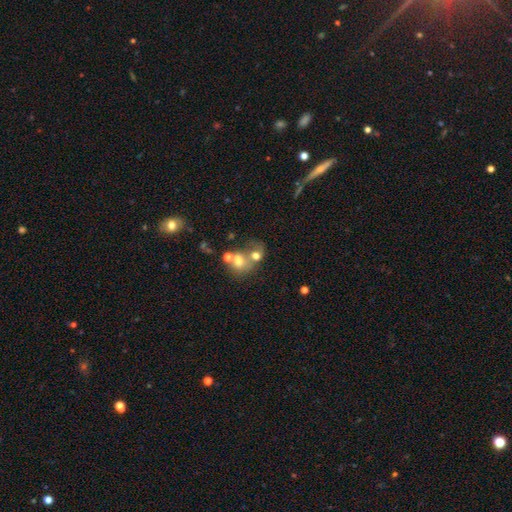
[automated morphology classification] Smooth or featured? Predicted: smooth (p=0.62). How rounded? Predicted: round (p=0.59). Merging? Predicted: merger (p=0.59).